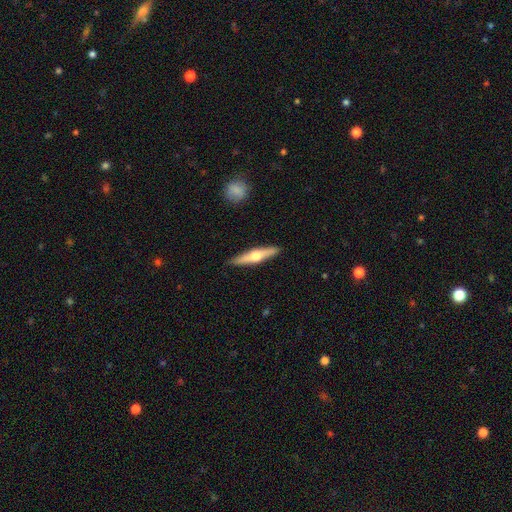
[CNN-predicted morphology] Smooth or featured?
  - featured or disk: 58% *
  - smooth: 37%
  - star or artifact: 5%
Edge-on disk?
  - yes: 95% *
  - no: 5%
Edge-on bulge?
  - rounded: 93% *
  - none: 4%
  - boxy: 3%
Merging?
  - none: 89% *
  - minor disturbance: 8%
  - major disturbance: 2%
  - merger: 1%